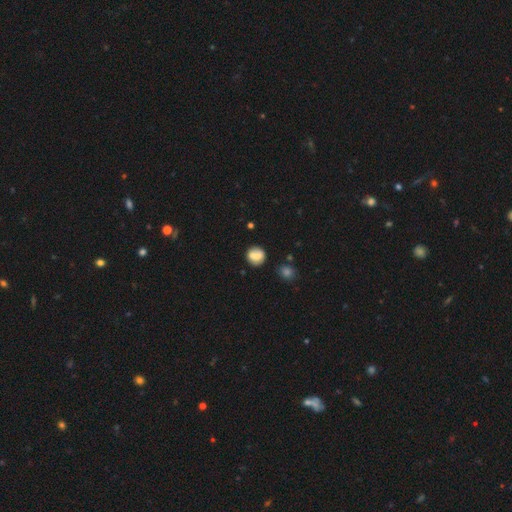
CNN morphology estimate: Smooth or featured? smooth (73%)
How rounded? round (84%)
Merging? none (59%)